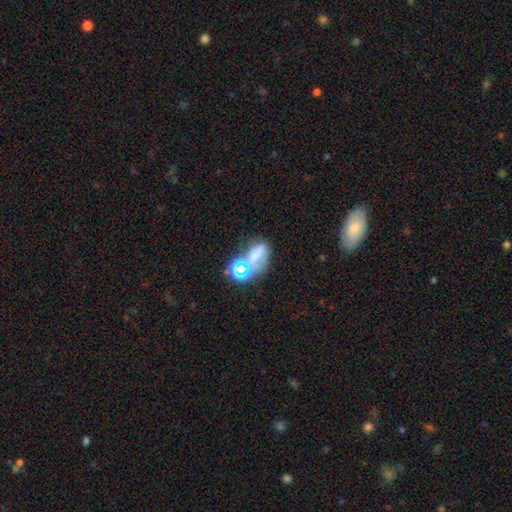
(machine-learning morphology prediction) Smooth or featured: smooth — 46% (star or artifact — 34%)
Merging: none — 34% (merger — 31%)